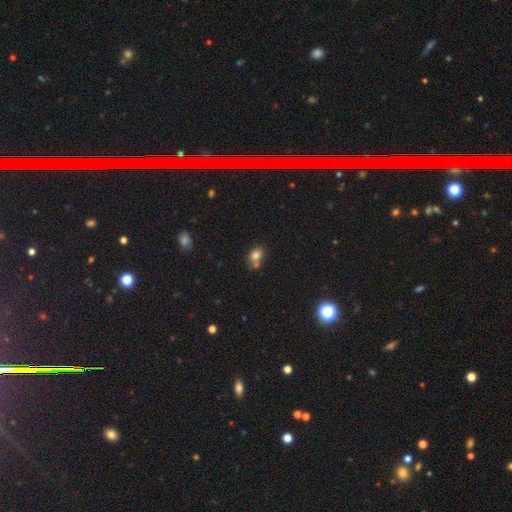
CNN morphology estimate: Smooth or featured? smooth (78%)
How rounded? in between (55%)
Merging? none (52%)